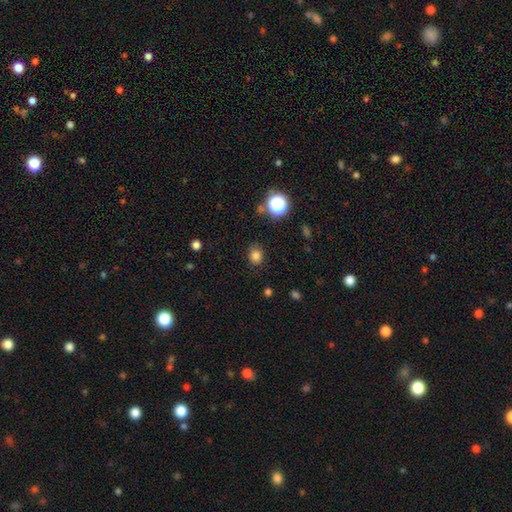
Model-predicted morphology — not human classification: A smooth galaxy with no disk features (81%) that is round (67%).

Vote fractions:
- Smooth or featured? smooth: 81% / star or artifact: 15% / featured or disk: 5%
- How rounded? round: 67% / in between: 32% / cigar-shaped: 1%
- Merging? none: 83% / minor disturbance: 12% / major disturbance: 3% / merger: 2%